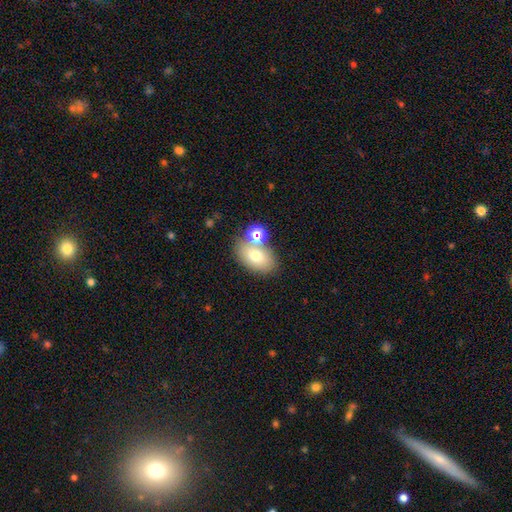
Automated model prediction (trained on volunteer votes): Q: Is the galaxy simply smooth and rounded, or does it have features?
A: smooth — 71%.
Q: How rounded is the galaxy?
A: in between — 82%.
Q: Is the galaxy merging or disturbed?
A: none — 63%.